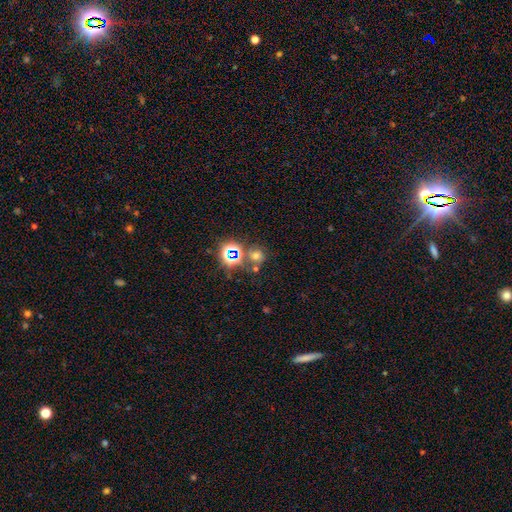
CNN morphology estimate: The model was most divided on "smooth or featured": smooth: 53%, star or artifact: 37%, featured or disk: 9%. More confident: how rounded — round (84%); merging — none (67%).